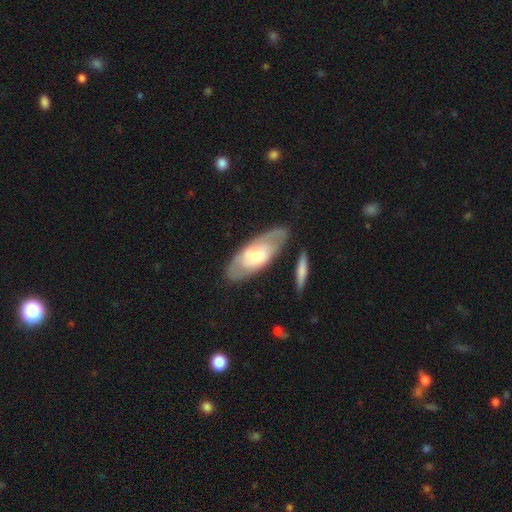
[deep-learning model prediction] Morphology: type=featured or disk (49%); merging=none (73%).